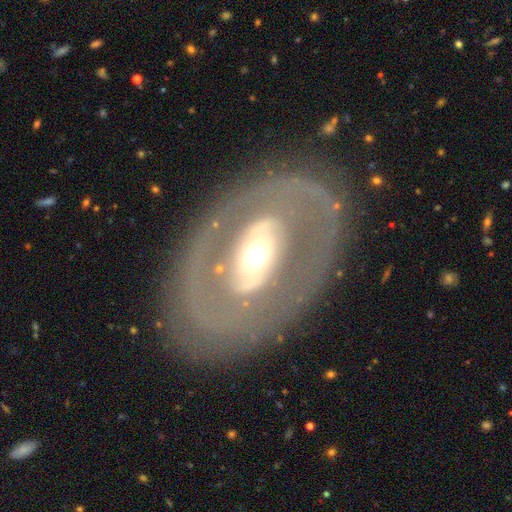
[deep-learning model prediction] Smooth or featured?
  - featured or disk: 72% *
  - smooth: 22%
  - star or artifact: 6%
Edge-on disk?
  - no: 92% *
  - yes: 8%
Bar?
  - no: 47% *
  - weak: 27%
  - strong: 26%
Spiral arms?
  - no: 69% *
  - yes: 31%
Bulge size?
  - moderate: 60% *
  - small: 18%
  - large: 18%
  - dominant: 3%
  - none: 1%
Merging?
  - none: 80% *
  - minor disturbance: 11%
  - major disturbance: 7%
  - merger: 1%